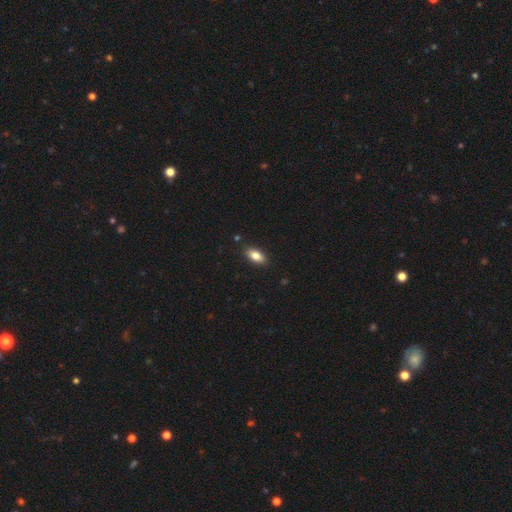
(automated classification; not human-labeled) Smooth or featured? smooth (81%)
How rounded? in between (87%)
Merging? none (87%)